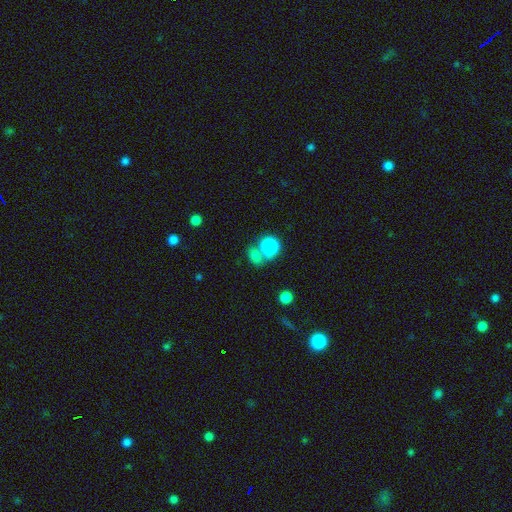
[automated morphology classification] Q: Smooth or featured?
A: smooth (72%); runner-up: star or artifact (19%)
Q: How rounded?
A: round (50%); runner-up: in between (48%)
Q: Merging?
A: none (49%); runner-up: merger (34%)